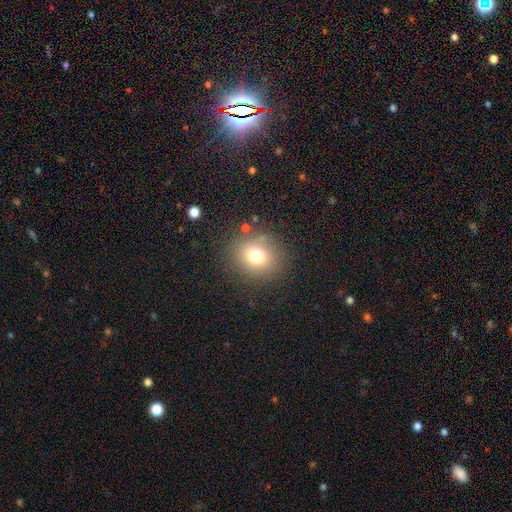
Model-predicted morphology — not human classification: This is likely a smooth galaxy (74%). How rounded: likely round (78%). Merging: clearly none (81%).